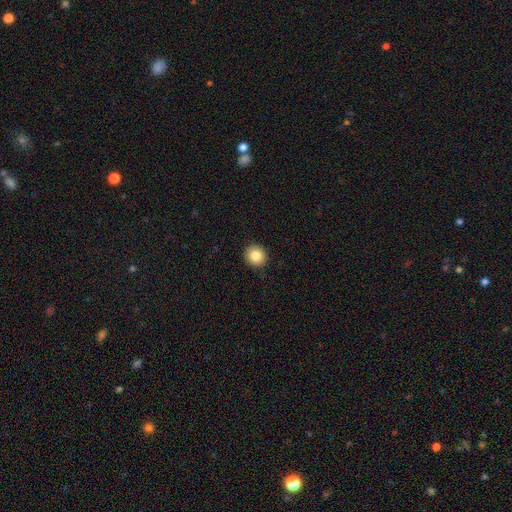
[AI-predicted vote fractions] smooth 84%, star or artifact 9%, featured or disk 7%. Down the decision tree: how rounded — round (88%); merging — none (92%).